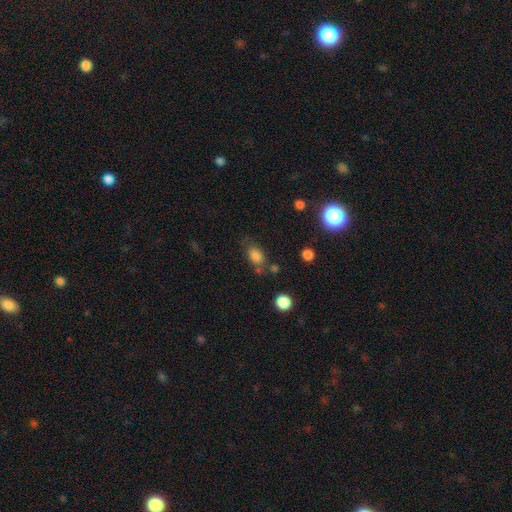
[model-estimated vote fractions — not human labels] A smooth galaxy with no disk features (81%) that is in between round and cigar-shaped (78%).

Vote fractions:
- Smooth or featured? smooth: 81% / star or artifact: 11% / featured or disk: 8%
- How rounded? in between: 78% / round: 19% / cigar-shaped: 2%
- Merging? none: 63% / minor disturbance: 19% / merger: 11% / major disturbance: 8%